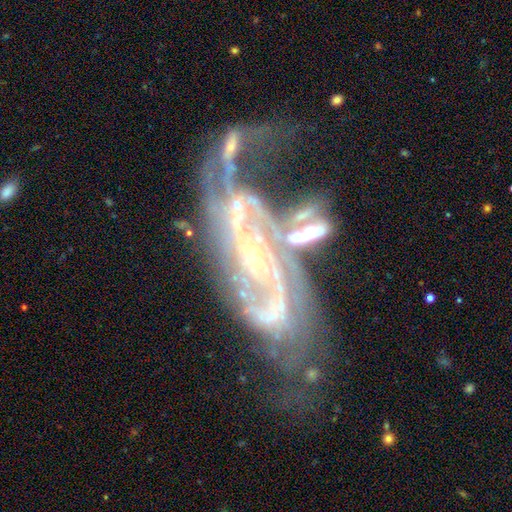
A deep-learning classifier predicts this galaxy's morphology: Smooth or featured? featured or disk (89%)
Edge-on disk? no (95%)
Bar? no (50%)
Spiral arms? yes (96%)
Spiral winding? medium (46%)
Spiral arm count? 2 (50%)
Bulge size? small (77%)
Merging? major disturbance (29%, tied with none)